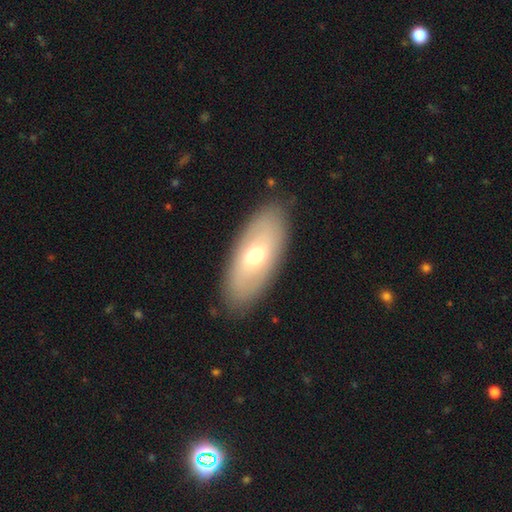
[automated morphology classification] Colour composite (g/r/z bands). It shows a smooth galaxy with no disk features (53%) that is in between round and cigar-shaped (86%). Merging: none (87%).